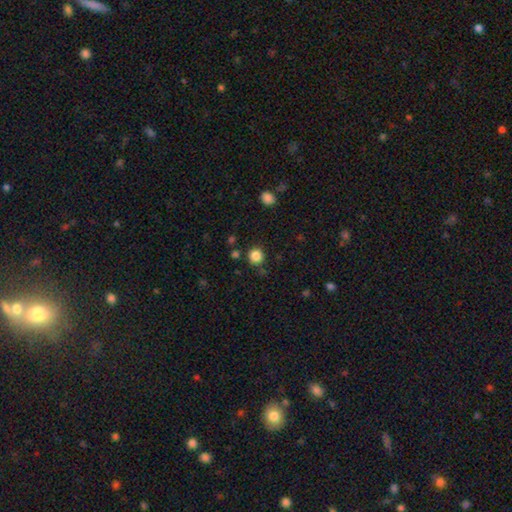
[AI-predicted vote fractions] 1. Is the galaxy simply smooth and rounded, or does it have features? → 84% smooth, 11% star or artifact, 4% featured or disk.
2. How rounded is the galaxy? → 92% round, 7% in between, 1% cigar-shaped.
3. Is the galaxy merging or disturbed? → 85% none, 8% minor disturbance, 4% merger, 3% major disturbance.